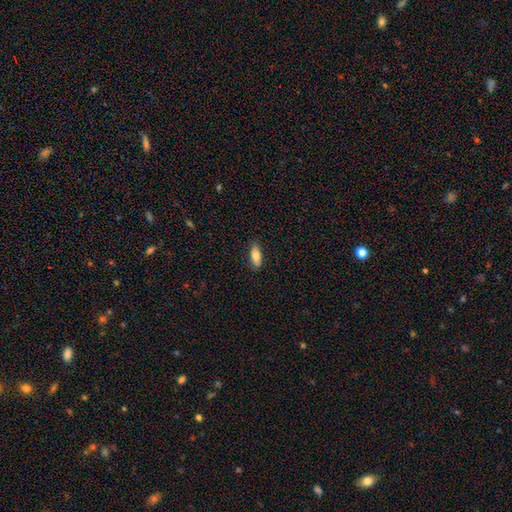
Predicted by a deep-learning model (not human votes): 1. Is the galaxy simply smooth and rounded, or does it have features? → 78% smooth, 15% featured or disk, 6% star or artifact.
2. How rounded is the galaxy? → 75% in between, 23% cigar-shaped, 2% round.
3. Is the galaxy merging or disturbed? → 87% none, 10% minor disturbance, 2% major disturbance, 1% merger.